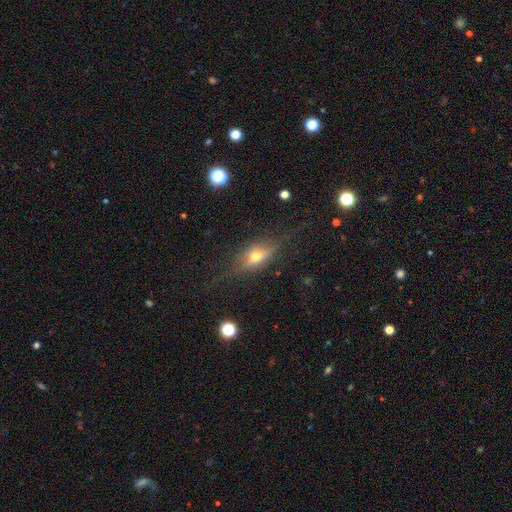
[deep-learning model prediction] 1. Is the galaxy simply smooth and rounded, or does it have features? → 63% featured or disk, 25% smooth, 12% star or artifact.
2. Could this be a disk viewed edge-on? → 87% yes, 13% no.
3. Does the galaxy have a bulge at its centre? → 95% rounded, 3% boxy, 2% none.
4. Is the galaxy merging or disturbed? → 78% none, 14% minor disturbance, 7% major disturbance, 2% merger.